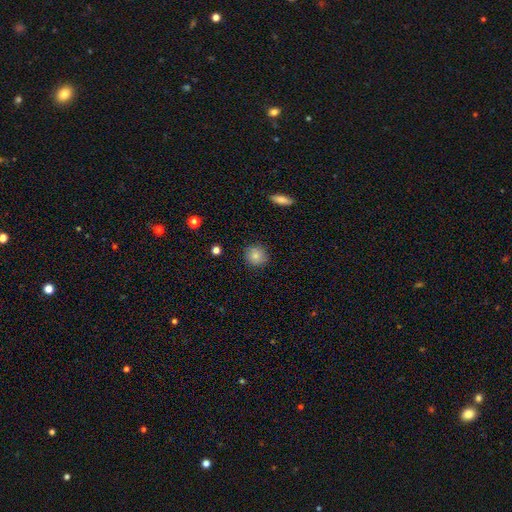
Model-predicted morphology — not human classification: Q: Smooth or featured?
A: smooth (84%); runner-up: star or artifact (9%)
Q: How rounded?
A: round (88%); runner-up: in between (11%)
Q: Merging?
A: none (88%); runner-up: minor disturbance (9%)